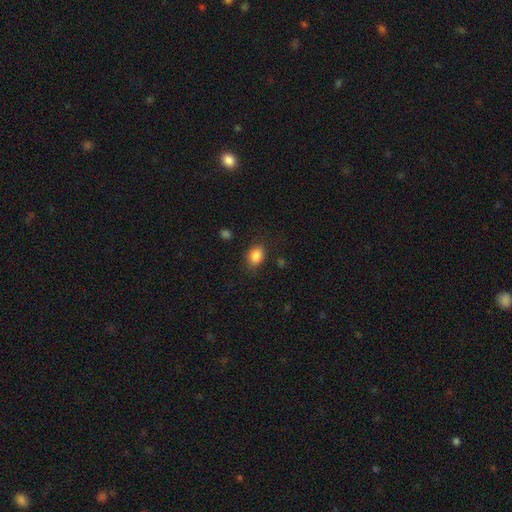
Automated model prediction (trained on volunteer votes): Smooth or featured? Predicted: smooth (p=0.86). How rounded? Predicted: in between (p=0.68). Merging? Predicted: none (p=0.82).